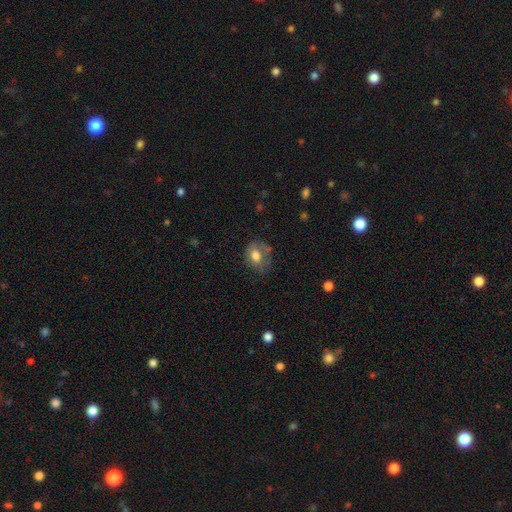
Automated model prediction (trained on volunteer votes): This appears to be a smooth galaxy with no disk features (66%) that is in between round and cigar-shaped (59%). Merging: none (51%).